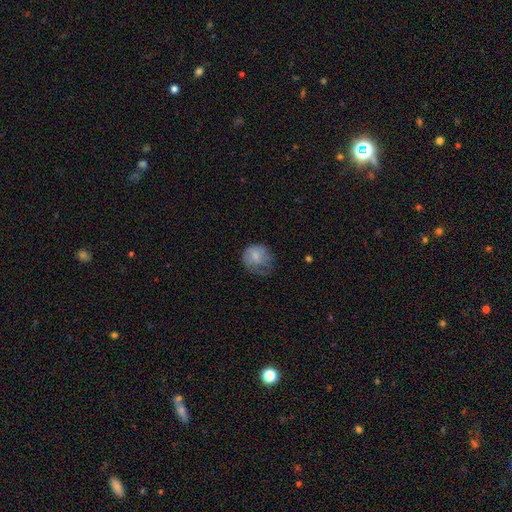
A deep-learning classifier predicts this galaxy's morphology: Smooth or featured?
  - smooth: 71% *
  - featured or disk: 21%
  - star or artifact: 8%
How rounded?
  - round: 73% *
  - in between: 26%
  - cigar-shaped: 1%
Merging?
  - none: 38% *
  - minor disturbance: 32%
  - major disturbance: 29%
  - merger: 1%